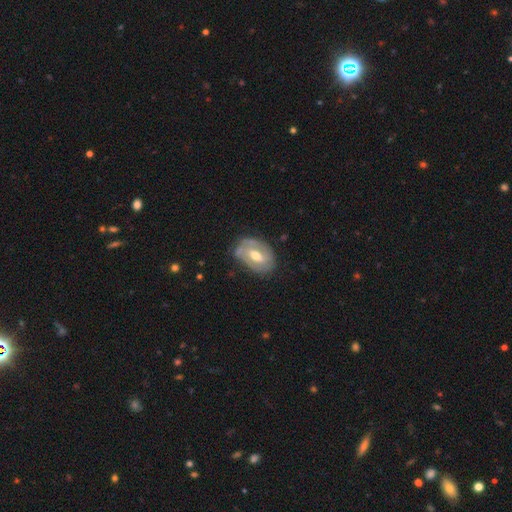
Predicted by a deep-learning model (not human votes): smooth-or-featured: featured or disk: 72% | smooth: 23% | star or artifact: 5%
  disk-edge-on: no: 95% | yes: 5%
    bar: weak: 46% | no: 28% | strong: 26%
    has-spiral-arms: yes: 74% | no: 26%
      spiral-winding: tight: 56% | medium: 32% | loose: 12%
      spiral-arm-count: 2: 56% | can't tell: 26% | 1: 9% | 3: 6% | 4: 2% | more than 4: 2%
    bulge-size: moderate: 73% | small: 19% | large: 7% | none: 1% | dominant: 1%
  merging: none: 69% | minor disturbance: 23% | major disturbance: 7% | merger: 2%